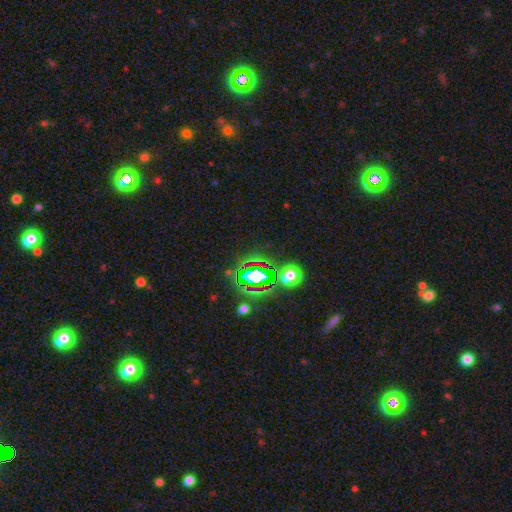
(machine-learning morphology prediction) The model was most divided on "smooth or featured": star or artifact: 59%, smooth: 28%, featured or disk: 13%.